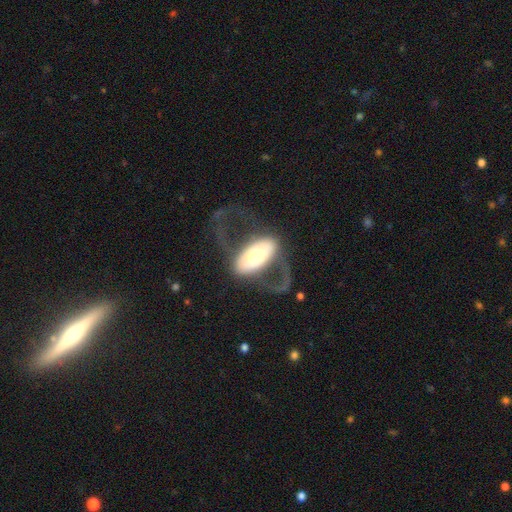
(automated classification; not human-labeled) Smooth or featured?
  - featured or disk: 70% *
  - smooth: 25%
  - star or artifact: 5%
Edge-on disk?
  - no: 90% *
  - yes: 10%
Bar?
  - no: 40% *
  - strong: 33%
  - weak: 27%
Spiral arms?
  - yes: 68% *
  - no: 32%
Bulge size?
  - moderate: 54% *
  - large: 23%
  - small: 16%
  - dominant: 6%
  - none: 2%
Merging?
  - none: 42% *
  - major disturbance: 41%
  - minor disturbance: 13%
  - merger: 3%